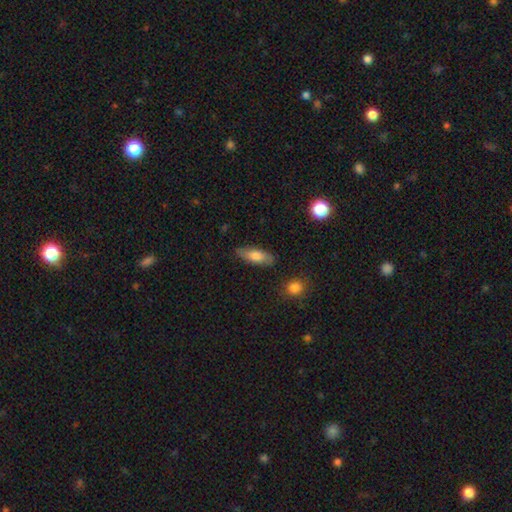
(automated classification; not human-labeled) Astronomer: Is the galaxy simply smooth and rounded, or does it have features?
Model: smooth — 73%.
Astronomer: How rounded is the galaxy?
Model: in between — 71%.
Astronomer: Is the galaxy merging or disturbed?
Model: none — 82%.